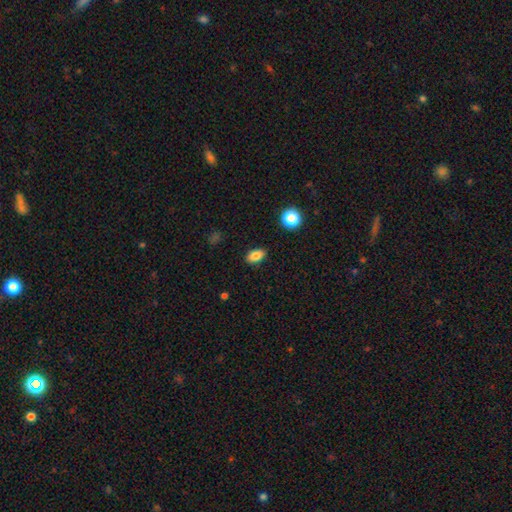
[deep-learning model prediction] smooth-or-featured: smooth: 83% | star or artifact: 10% | featured or disk: 8%
  how-rounded: in between: 88% | round: 10% | cigar-shaped: 2%
  merging: none: 87% | minor disturbance: 9% | major disturbance: 2% | merger: 1%